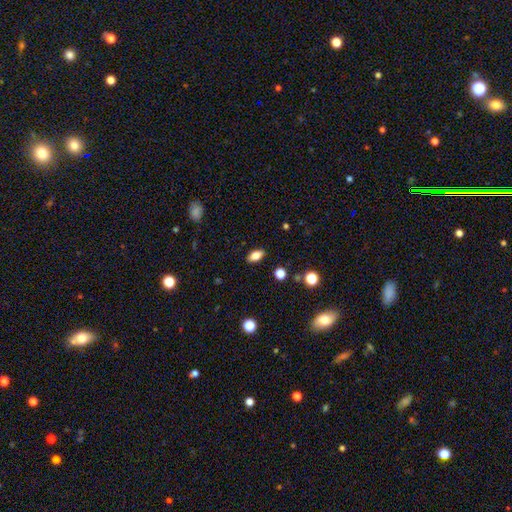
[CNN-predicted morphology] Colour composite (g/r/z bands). It shows a smooth galaxy with no disk features (80%) that is in between round and cigar-shaped (88%). Merging: none (88%).